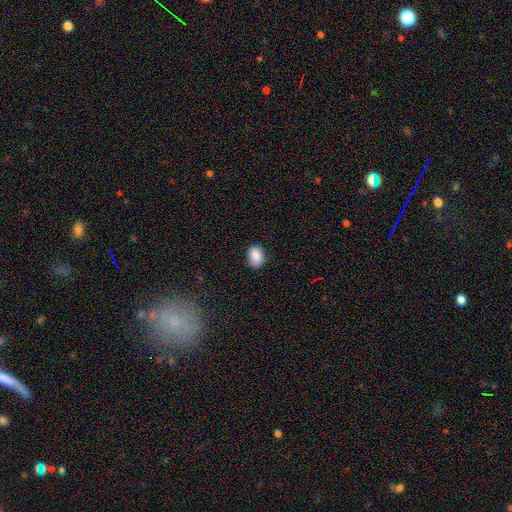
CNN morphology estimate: The model was most divided on "how rounded": in between: 68%, round: 30%, cigar-shaped: 1%. More confident: smooth or featured — smooth (86%); merging — none (80%).